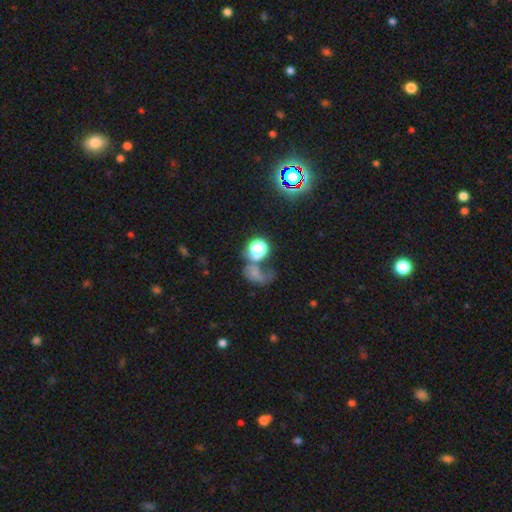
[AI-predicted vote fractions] Smooth or featured: star or artifact — 43% (smooth — 34%)